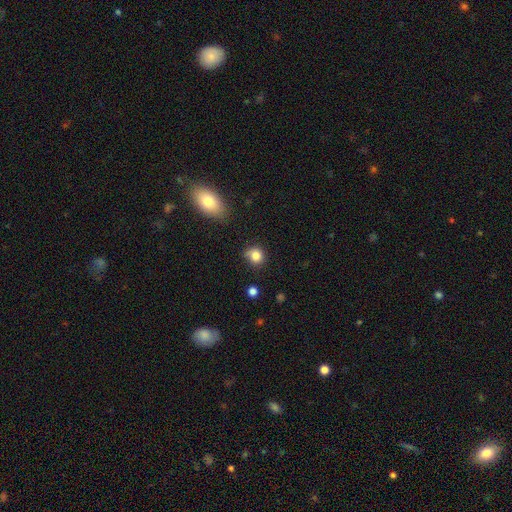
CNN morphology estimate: Smooth or featured? Predicted: smooth (p=0.82). How rounded? Predicted: round (p=0.78). Merging? Predicted: none (p=0.65).